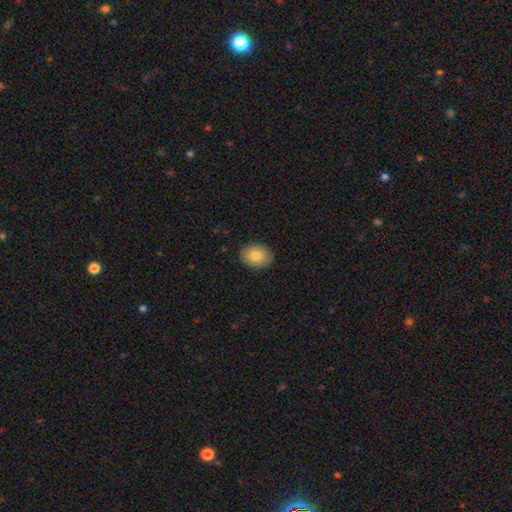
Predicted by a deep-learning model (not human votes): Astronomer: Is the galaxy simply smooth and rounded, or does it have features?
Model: smooth — 82%.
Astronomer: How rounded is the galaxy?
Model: in between — 60% (runner-up: round, 40%).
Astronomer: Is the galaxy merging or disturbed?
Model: none — 89%.